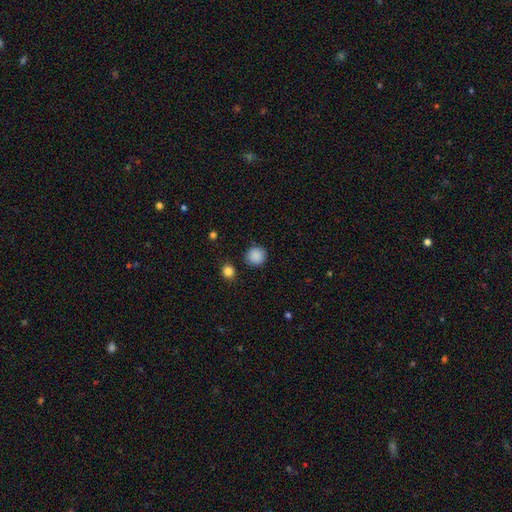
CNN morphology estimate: A smooth galaxy with no disk features (88%) that is round (93%). Merging: none (88%).